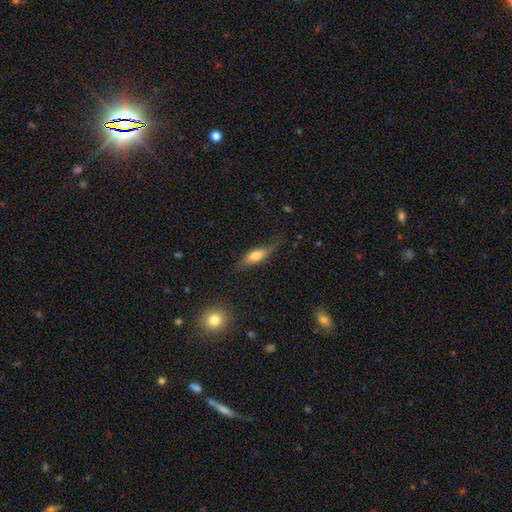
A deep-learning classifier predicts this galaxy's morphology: type=smooth (68%); roundness=in between (64%); merging=none (61%).